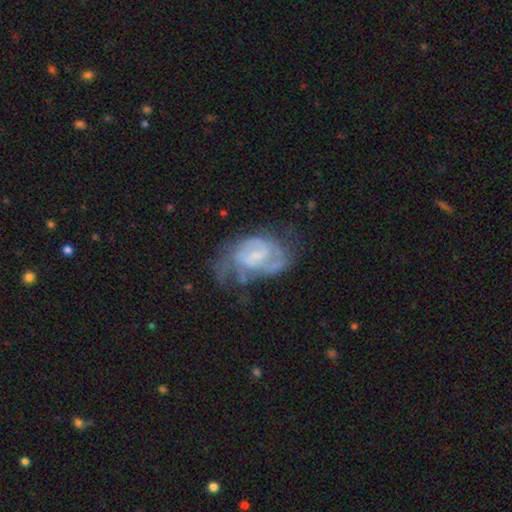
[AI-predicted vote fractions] Smooth or featured? Predicted: featured or disk (p=0.77). Edge-on disk? Predicted: no (p=0.97). Bar? Predicted: weak (p=0.51). Spiral arms? Predicted: yes (p=0.82). Spiral winding? Predicted: medium (p=0.44). Spiral arm count? Predicted: 2 (p=0.49). Bulge size? Predicted: small (p=0.50). Merging? Predicted: none (p=0.39).